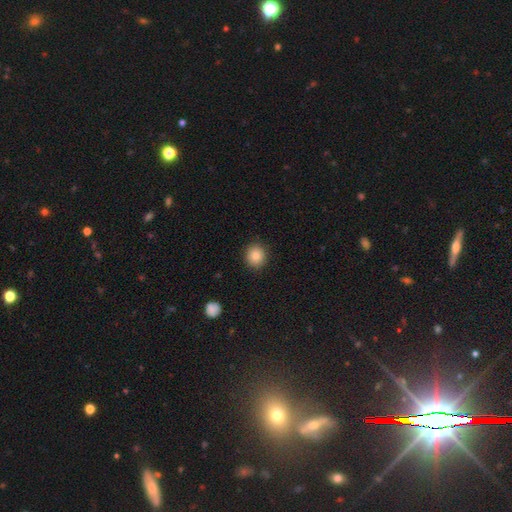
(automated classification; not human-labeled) Smooth or featured?
  - smooth: 85% *
  - star or artifact: 10%
  - featured or disk: 6%
How rounded?
  - round: 88% *
  - in between: 12%
  - cigar-shaped: 1%
Merging?
  - none: 90% *
  - minor disturbance: 6%
  - major disturbance: 2%
  - merger: 1%